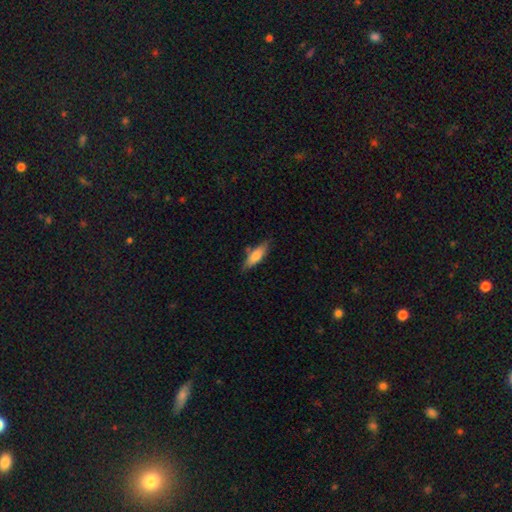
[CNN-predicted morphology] smooth-or-featured: smooth: 72% | featured or disk: 22% | star or artifact: 6%
  how-rounded: in between: 52% | cigar-shaped: 46% | round: 2%
  merging: none: 73% | minor disturbance: 19% | merger: 4% | major disturbance: 4%